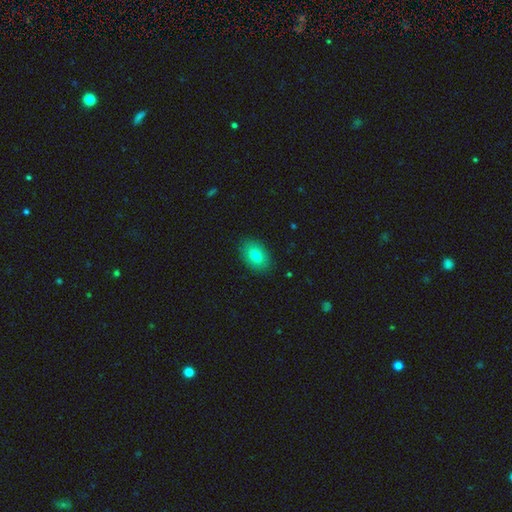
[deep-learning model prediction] A smooth galaxy with no disk features (79%) that is in between round and cigar-shaped (83%).

Vote fractions:
- Smooth or featured? smooth: 79% / featured or disk: 12% / star or artifact: 9%
- How rounded? in between: 83% / round: 16% / cigar-shaped: 1%
- Merging? none: 88% / minor disturbance: 9% / major disturbance: 2% / merger: 1%